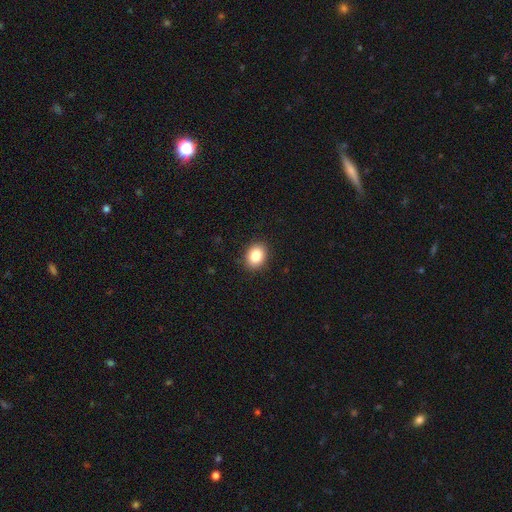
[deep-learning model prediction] The model was most divided on "how rounded": in between: 58%, round: 41%, cigar-shaped: 1%. More confident: merging — none (89%); smooth or featured — smooth (86%).